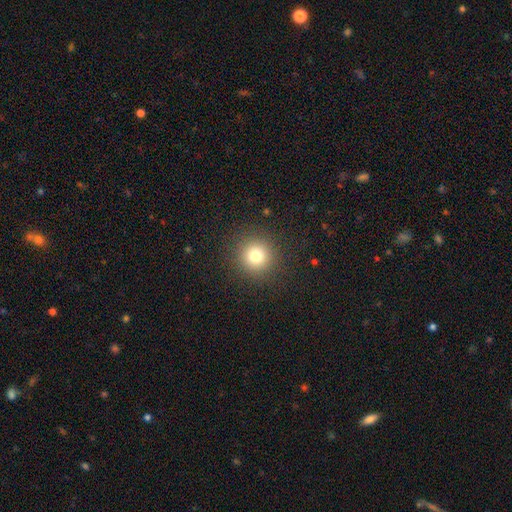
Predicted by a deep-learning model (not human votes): Smooth or featured? smooth (78%)
How rounded? round (94%)
Merging? none (91%)